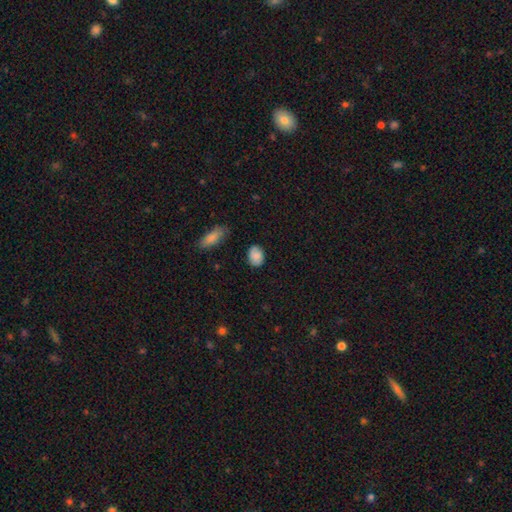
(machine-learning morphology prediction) A smooth galaxy with no disk features (85%) that is in between round and cigar-shaped (71%). Merging: none (80%).